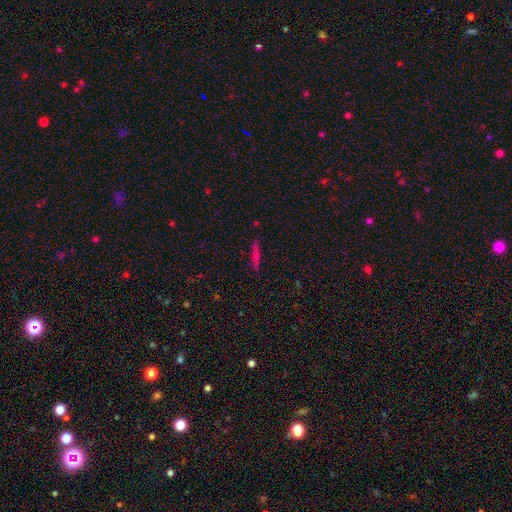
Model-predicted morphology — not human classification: This appears to be a smooth galaxy with no disk features (60%) that is cigar-shaped (92%). Merging: none (88%).